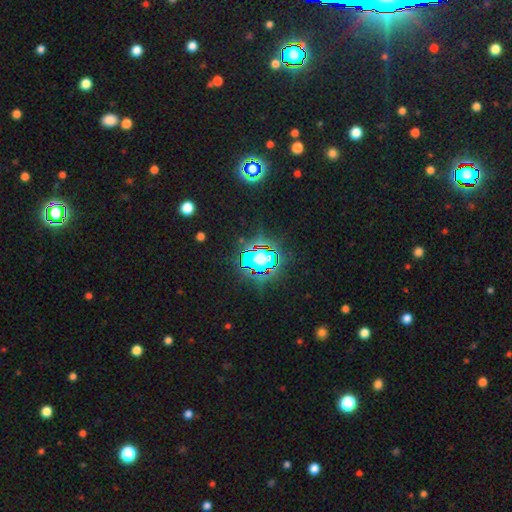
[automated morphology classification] Smooth or featured? Predicted: star or artifact (p=0.81).